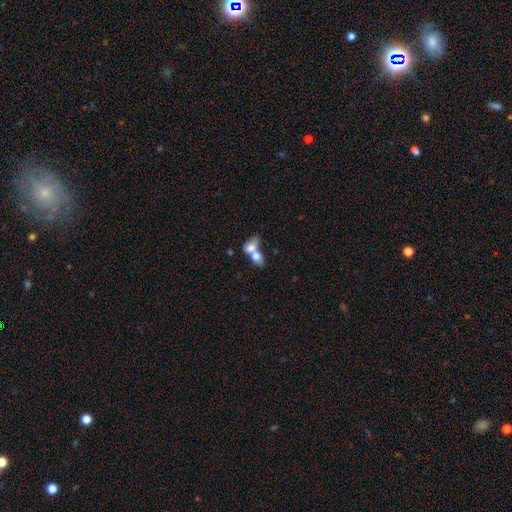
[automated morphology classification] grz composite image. It shows a smooth galaxy with no disk features (72%) that is in between round and cigar-shaped (72%). Merging: merger (76%).